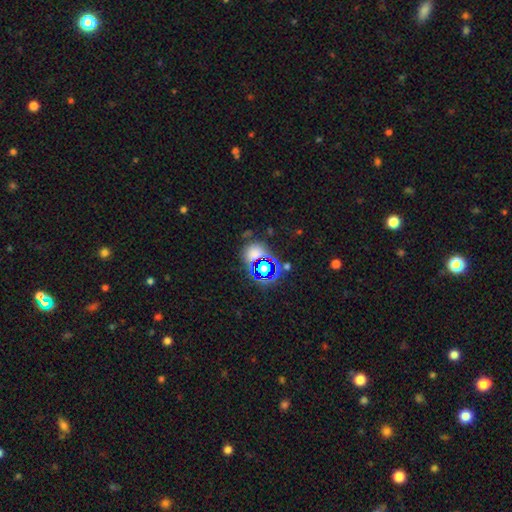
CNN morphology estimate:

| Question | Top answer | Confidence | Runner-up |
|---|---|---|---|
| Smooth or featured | star or artifact | 49% | smooth (42%) |